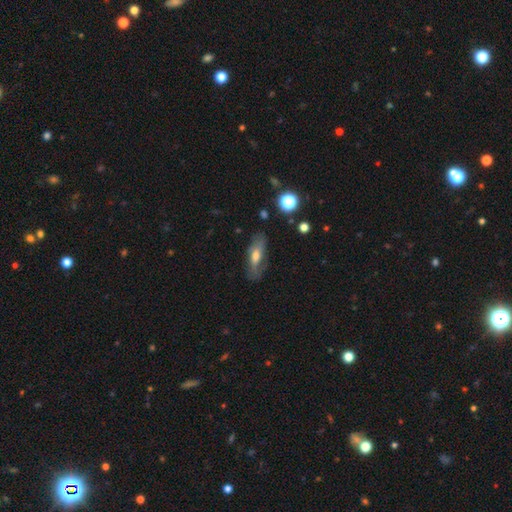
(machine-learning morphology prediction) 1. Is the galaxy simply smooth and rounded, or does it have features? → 51% smooth, 41% featured or disk, 8% star or artifact.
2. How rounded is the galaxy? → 66% in between, 29% cigar-shaped, 4% round.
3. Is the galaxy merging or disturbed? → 66% none, 22% minor disturbance, 10% major disturbance, 2% merger.